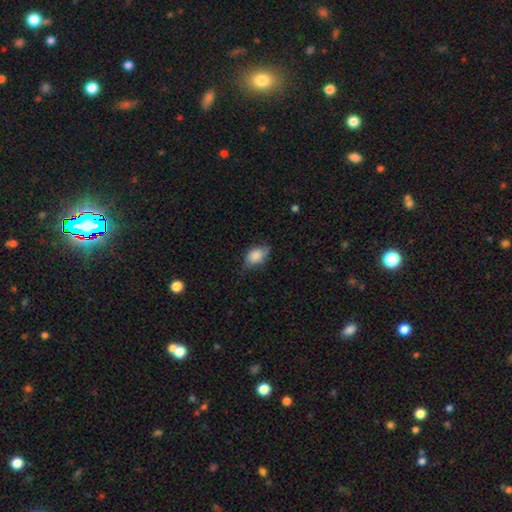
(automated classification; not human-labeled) This appears to be a smooth galaxy with no disk features (83%) that is in between round and cigar-shaped (86%). Merging: none (61%).